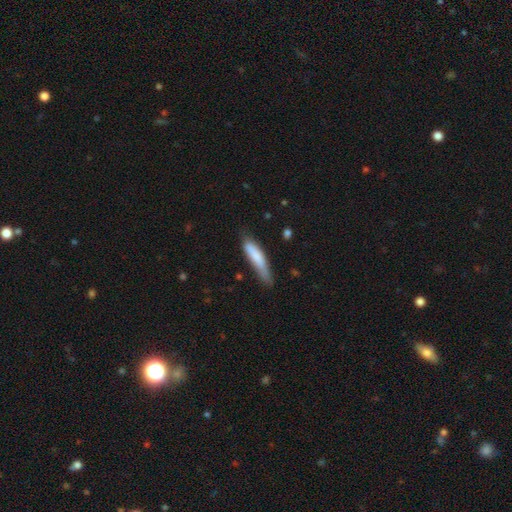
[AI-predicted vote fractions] Overall: smooth (77%). How rounded: cigar-shaped (80%). Merging: none (53%; minor disturbance 35%).